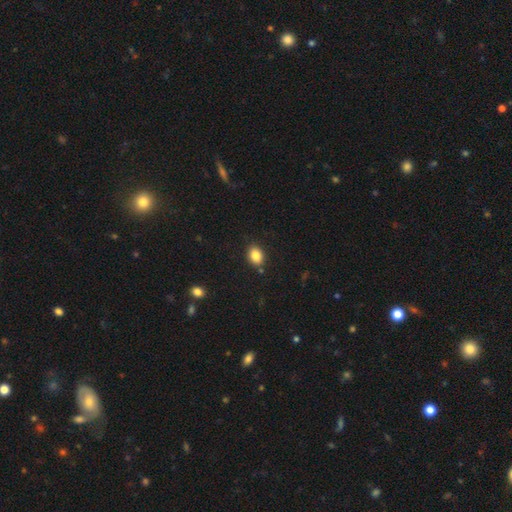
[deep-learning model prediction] This is clearly a smooth galaxy (84%). How rounded: likely in between (61%). Merging: clearly none (85%).